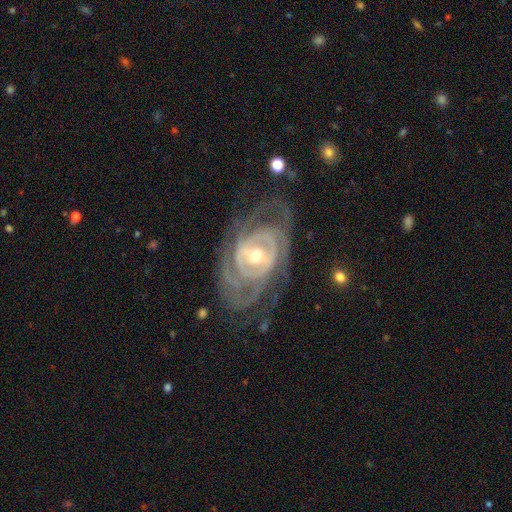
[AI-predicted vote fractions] This is clearly a featured or disk galaxy (91%). It is clearly not viewed edge-on (96%). Bar: marginally no (39%). Spiral arm pattern: clearly yes (95%). Spiral arm count: marginally can't tell (30%). Spiral winding: likely tight (75%). Central bulge: possibly moderate (55%). Merging: likely none (68%).